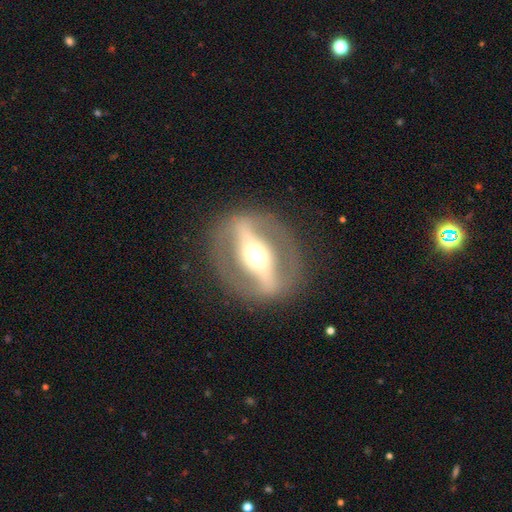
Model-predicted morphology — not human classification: type=featured or disk (83%); edge-on=no (57%); merging=none (85%).